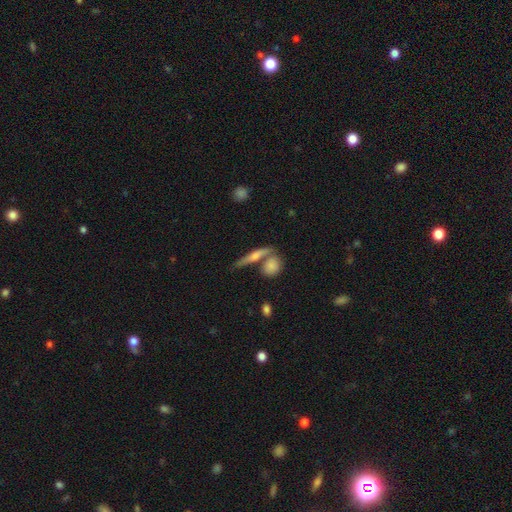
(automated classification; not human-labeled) Overall: smooth (49%; featured or disk 44%). Merging: none (60%; merger 25%).